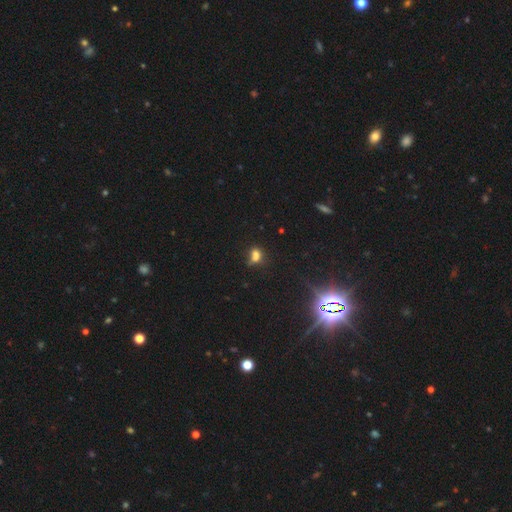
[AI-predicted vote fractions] Smooth or featured? smooth (68%)
How rounded? in between (57%)
Merging? merger (37%)